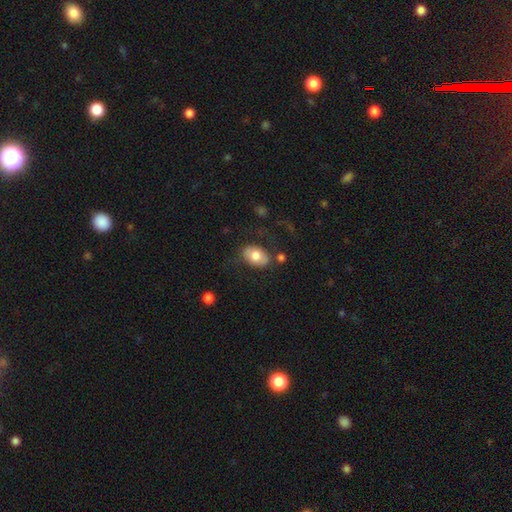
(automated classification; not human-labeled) Smooth or featured: smooth — 72% (featured or disk — 21%)
How rounded: in between — 87% (round — 12%)
Merging: none — 71% (minor disturbance — 16%)